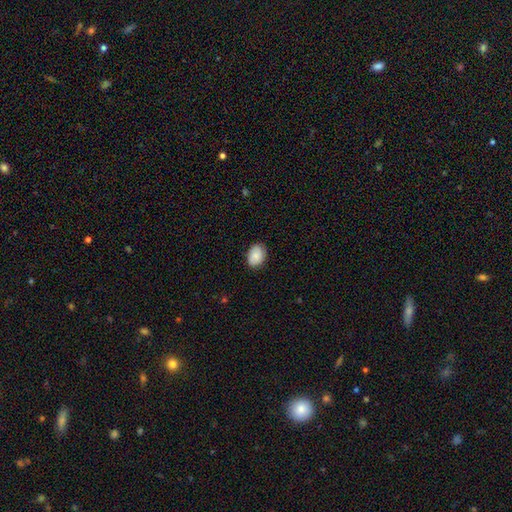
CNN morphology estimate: Overall: smooth (84%). How rounded: in between (80%). Merging: none (82%).